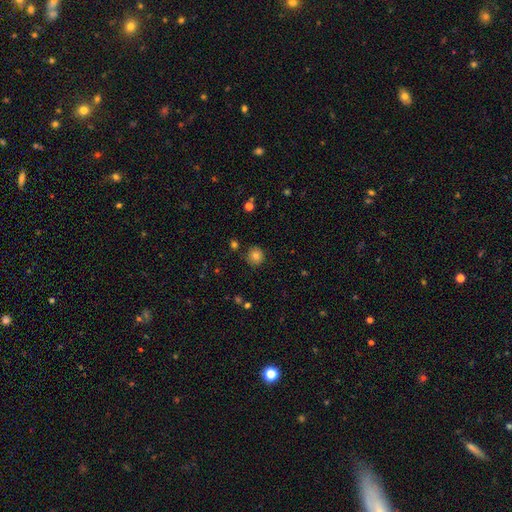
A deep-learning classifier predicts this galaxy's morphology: Smooth or featured? smooth (79%)
How rounded? round (93%)
Merging? none (85%)